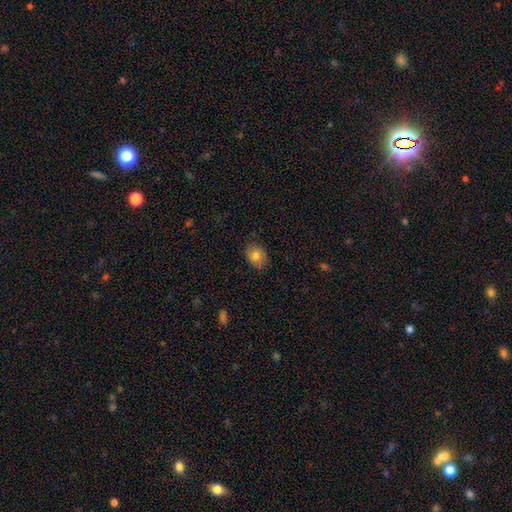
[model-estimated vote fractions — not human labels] Smooth or featured: smooth — 79% (featured or disk — 12%)
How rounded: in between — 57% (round — 42%)
Merging: none — 82% (minor disturbance — 15%)